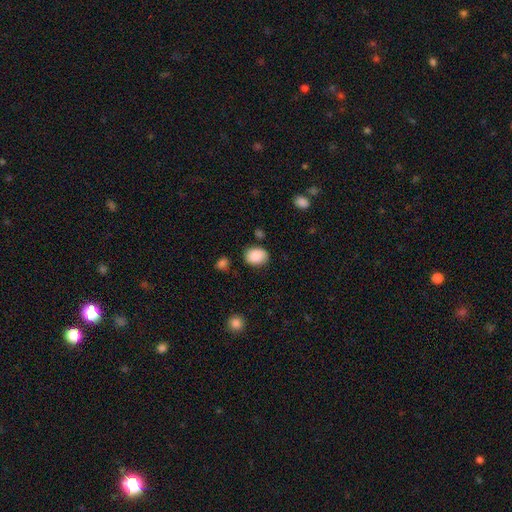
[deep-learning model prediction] This appears to be a smooth galaxy with no disk features (87%) that is in between round and cigar-shaped (61%). Merging: none (75%).